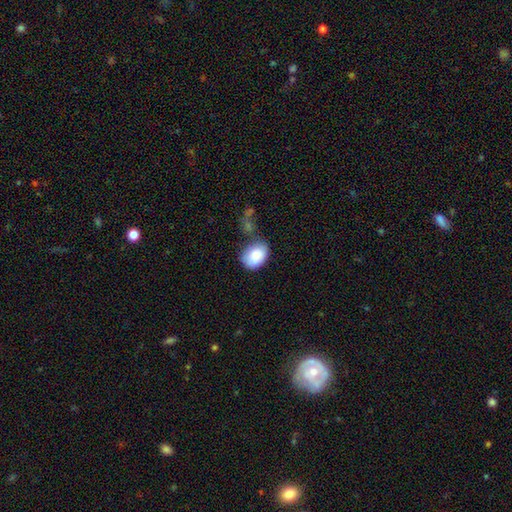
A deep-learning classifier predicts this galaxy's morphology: Smooth or featured: smooth — 84% (featured or disk — 9%)
How rounded: in between — 70% (round — 29%)
Merging: none — 54% (minor disturbance — 26%)